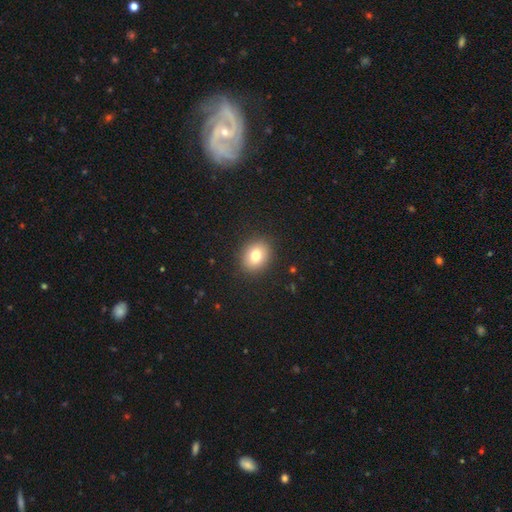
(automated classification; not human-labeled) Overall: smooth (78%). How rounded: round (58%; in between 41%). Merging: none (90%).